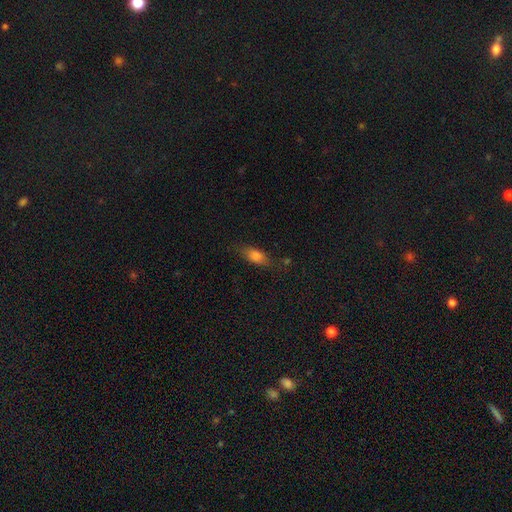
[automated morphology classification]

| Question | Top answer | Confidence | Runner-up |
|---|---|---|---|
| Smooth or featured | smooth | 78% | featured or disk (12%) |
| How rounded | in between | 79% | cigar-shaped (16%) |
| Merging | none | 73% | minor disturbance (19%) |